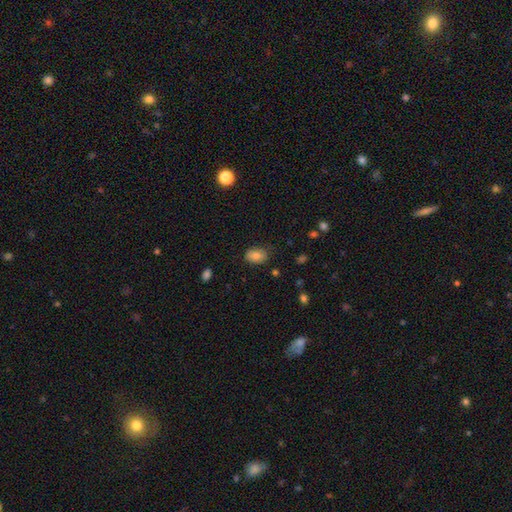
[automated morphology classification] Q: Smooth or featured?
A: smooth (80%); runner-up: featured or disk (11%)
Q: How rounded?
A: in between (81%); runner-up: round (17%)
Q: Merging?
A: none (75%); runner-up: minor disturbance (19%)